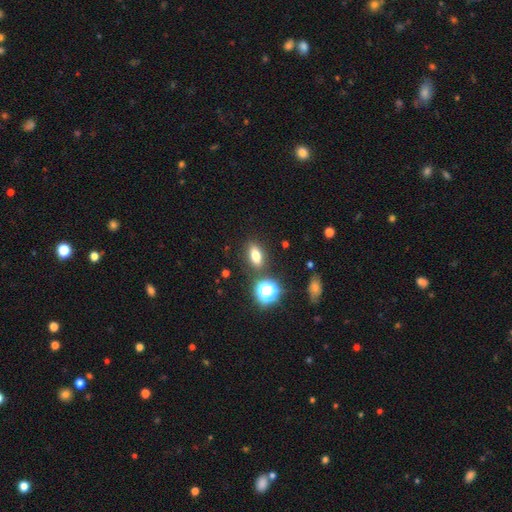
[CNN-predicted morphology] smooth_or_featured: smooth (p=0.69) [alt: star or artifact p=0.17]
how_rounded: in between (p=0.69) [alt: round p=0.18]
merging: none (p=0.83) [alt: minor disturbance p=0.09]